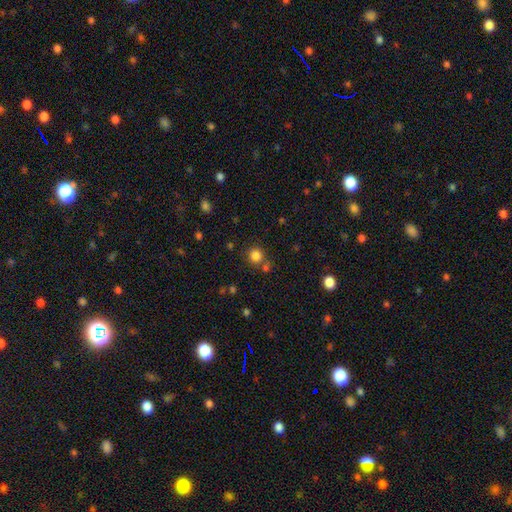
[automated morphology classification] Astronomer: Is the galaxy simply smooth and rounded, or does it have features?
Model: smooth — 82%.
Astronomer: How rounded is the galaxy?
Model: round — 91%.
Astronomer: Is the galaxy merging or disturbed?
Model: none — 75%.